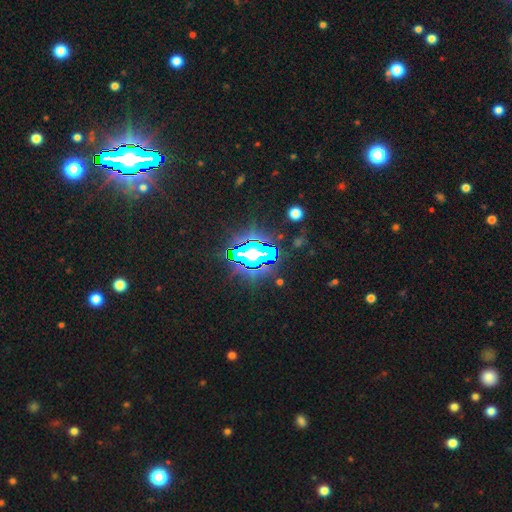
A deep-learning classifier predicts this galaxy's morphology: Smooth or featured: star or artifact — 73% (smooth — 15%)